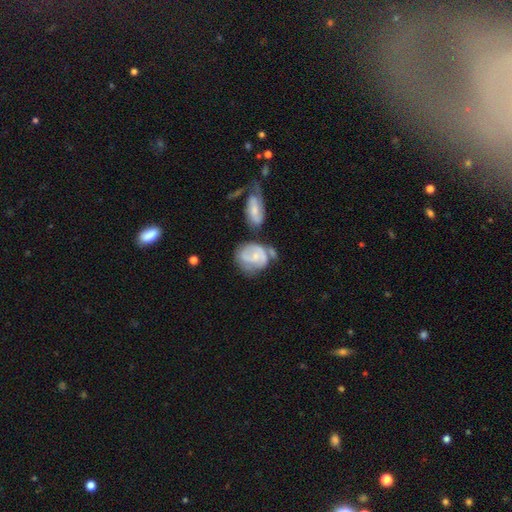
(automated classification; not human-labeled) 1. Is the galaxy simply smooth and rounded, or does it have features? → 63% featured or disk, 30% smooth, 6% star or artifact.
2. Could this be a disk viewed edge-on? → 97% no, 3% yes.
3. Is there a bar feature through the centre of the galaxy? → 60% no, 33% weak, 7% strong.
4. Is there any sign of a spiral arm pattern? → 80% yes, 20% no.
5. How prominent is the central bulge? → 62% small, 24% moderate, 11% none, 2% large, 1% dominant.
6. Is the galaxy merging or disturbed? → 34% none, 27% merger, 23% minor disturbance, 16% major disturbance.